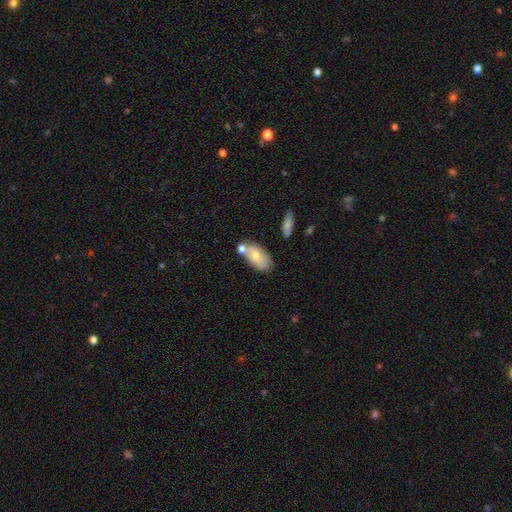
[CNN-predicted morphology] A smooth galaxy with no disk features (66%) that is in between round and cigar-shaped (92%).

Vote fractions:
- Smooth or featured? smooth: 66% / featured or disk: 28% / star or artifact: 7%
- How rounded? in between: 92% / round: 4% / cigar-shaped: 4%
- Merging? none: 51% / merger: 24% / minor disturbance: 19% / major disturbance: 6%